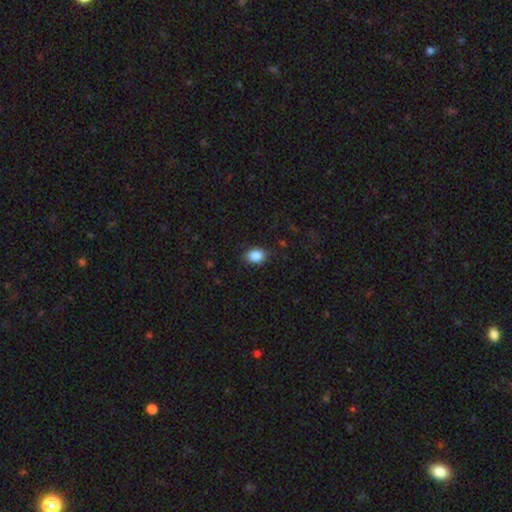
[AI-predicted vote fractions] Morphology: type=smooth (87%); roundness=in between (70%); merging=none (83%).